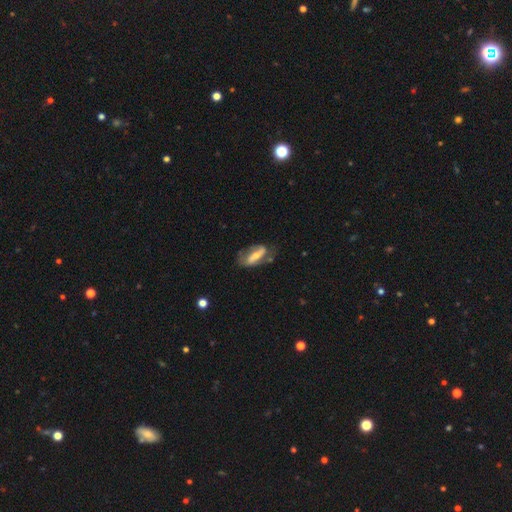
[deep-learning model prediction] Smooth or featured?
  - featured or disk: 70% *
  - smooth: 24%
  - star or artifact: 6%
Edge-on disk?
  - no: 88% *
  - yes: 12%
Bar?
  - strong: 57% *
  - weak: 25%
  - no: 18%
Spiral arms?
  - yes: 77% *
  - no: 23%
Bulge size?
  - small: 48% *
  - moderate: 42%
  - none: 4%
  - large: 4%
  - dominant: 1%
Merging?
  - none: 55% *
  - minor disturbance: 25%
  - major disturbance: 17%
  - merger: 3%